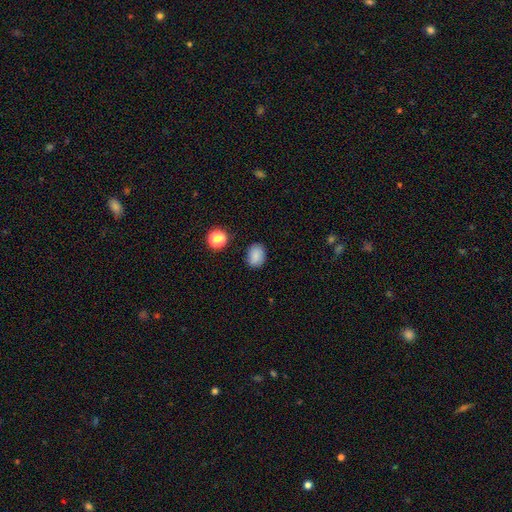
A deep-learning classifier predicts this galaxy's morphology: Smooth or featured? Predicted: smooth (p=0.84). How rounded? Predicted: in between (p=0.58). Merging? Predicted: none (p=0.81).